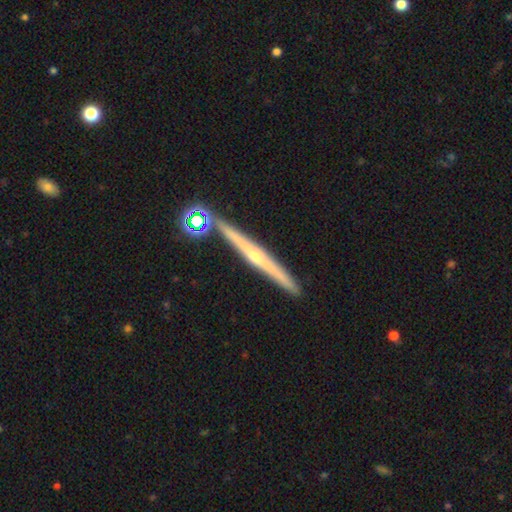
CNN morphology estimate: smooth_or_featured: featured or disk (p=0.78) [alt: smooth p=0.15]
disk_edge_on: yes (p=0.98) [alt: no p=0.02]
edge_on_bulge: rounded (p=0.76) [alt: none p=0.20]
merging: none (p=0.86) [alt: minor disturbance p=0.07]